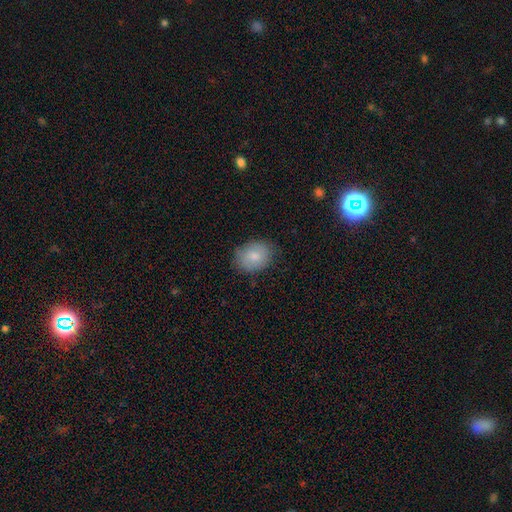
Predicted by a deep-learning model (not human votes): smooth 80%, featured or disk 13%, star or artifact 7%. Down the decision tree: how rounded — in between (60%); merging — none (79%).